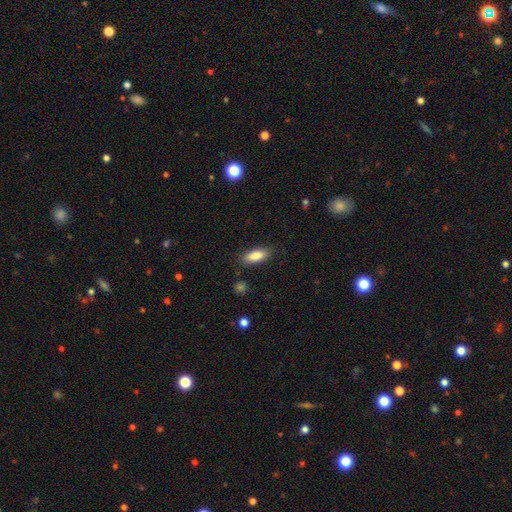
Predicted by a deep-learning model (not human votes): The model was most divided on "how rounded": in between: 75%, cigar-shaped: 23%, round: 2%. More confident: smooth or featured — smooth (86%); merging — none (85%).